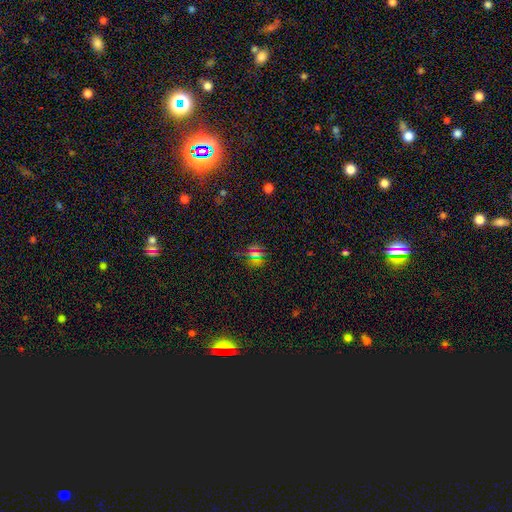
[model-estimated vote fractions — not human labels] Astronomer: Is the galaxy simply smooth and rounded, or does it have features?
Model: smooth — 46% (runner-up: star or artifact, 44%).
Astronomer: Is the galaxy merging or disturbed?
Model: none — 77%.